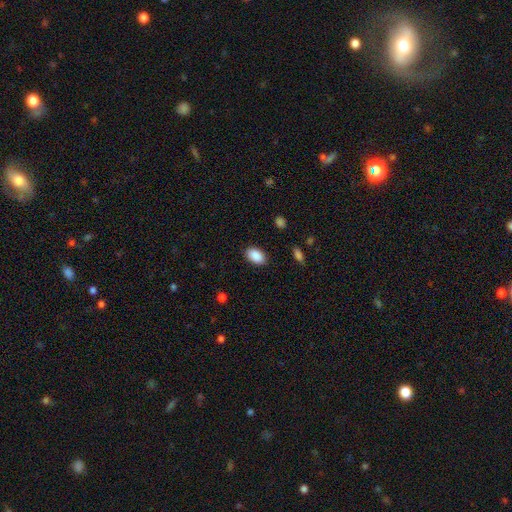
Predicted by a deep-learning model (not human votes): Smooth or featured?
  - smooth: 90% *
  - star or artifact: 7%
  - featured or disk: 3%
How rounded?
  - in between: 91% *
  - round: 7%
  - cigar-shaped: 1%
Merging?
  - none: 88% *
  - minor disturbance: 8%
  - major disturbance: 2%
  - merger: 1%